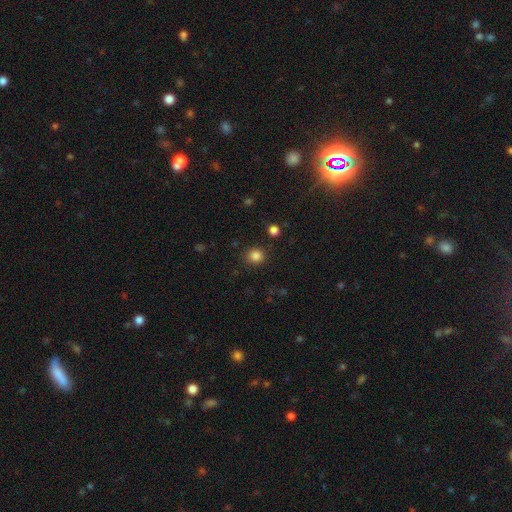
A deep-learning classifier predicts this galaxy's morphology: Overall: smooth (84%). How rounded: round (87%). Merging: none (88%).